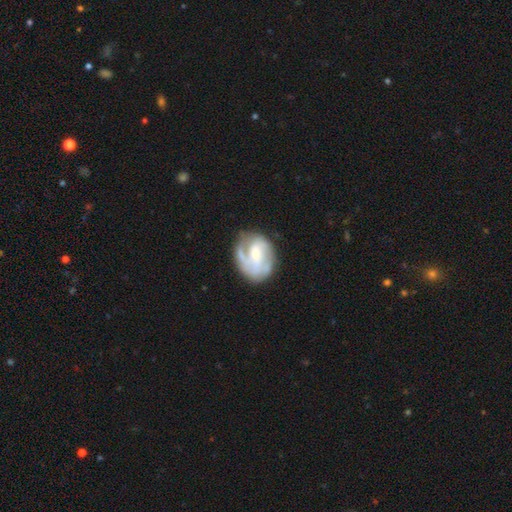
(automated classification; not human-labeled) Smooth or featured?
  - featured or disk: 74% *
  - smooth: 20%
  - star or artifact: 6%
Edge-on disk?
  - no: 98% *
  - yes: 2%
Bar?
  - weak: 45% *
  - no: 42%
  - strong: 13%
Spiral arms?
  - yes: 88% *
  - no: 12%
Spiral winding?
  - medium: 41% *
  - tight: 39%
  - loose: 20%
Spiral arm count?
  - 2: 34% *
  - can't tell: 26%
  - 3: 20%
  - 1: 13%
  - 4: 4%
  - more than 4: 3%
Bulge size?
  - small: 42% *
  - moderate: 41%
  - none: 10%
  - large: 6%
  - dominant: 1%
Merging?
  - none: 61% *
  - minor disturbance: 22%
  - major disturbance: 14%
  - merger: 3%